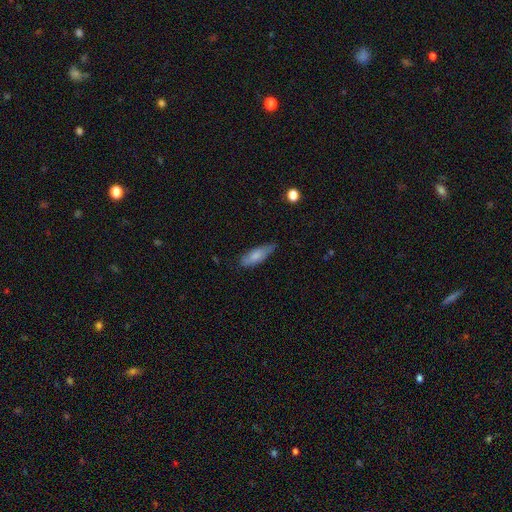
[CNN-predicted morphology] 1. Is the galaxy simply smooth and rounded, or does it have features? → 78% smooth, 16% featured or disk, 6% star or artifact.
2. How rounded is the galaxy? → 65% in between, 33% cigar-shaped, 2% round.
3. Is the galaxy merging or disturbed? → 57% none, 35% minor disturbance, 6% major disturbance, 2% merger.